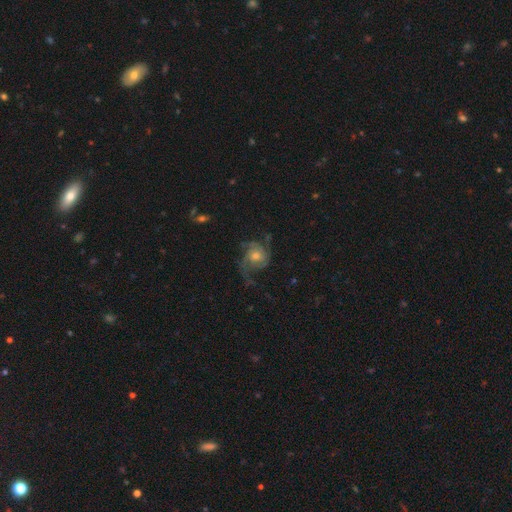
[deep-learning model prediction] Smooth or featured? featured or disk (79%)
Edge-on disk? no (98%)
Bar? no (77%)
Spiral arms? yes (94%)
Spiral winding? medium (45%)
Spiral arm count? 3 (33%)
Bulge size? moderate (62%)
Merging? none (59%)